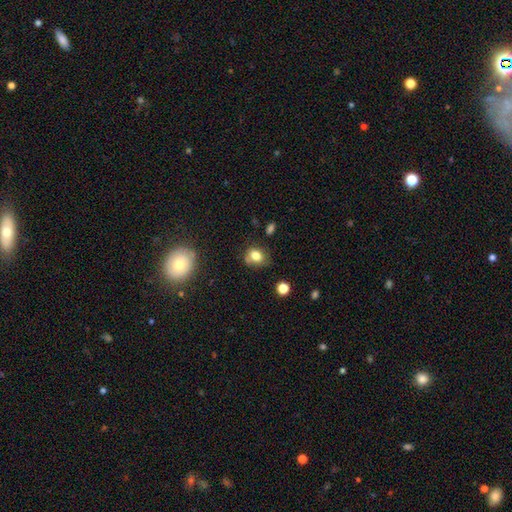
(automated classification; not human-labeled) smooth_or_featured: smooth (p=0.78) [alt: star or artifact p=0.11]
how_rounded: round (p=0.50) [alt: in between p=0.49]
merging: none (p=0.58) [alt: minor disturbance p=0.24]